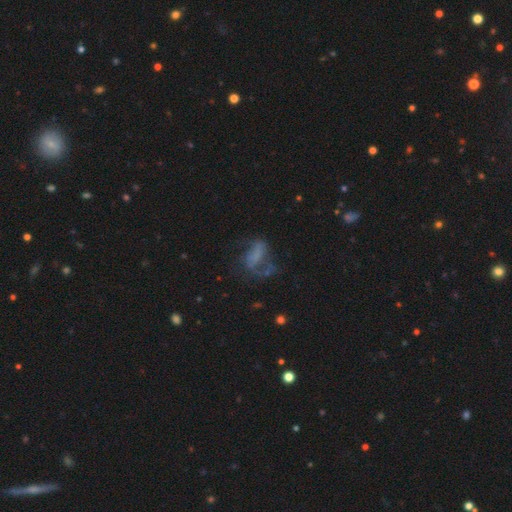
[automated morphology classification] type=featured or disk (53%); edge-on=no (96%); bar=no (57%); spiral arms=yes (56%); bulge=none (70%); merging=major disturbance (41%).